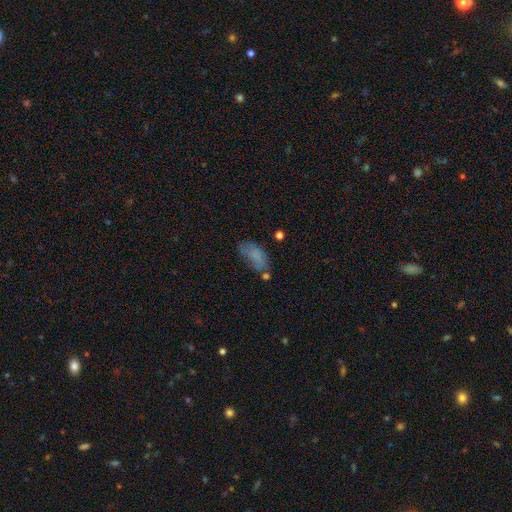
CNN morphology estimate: Smooth or featured?
  - smooth: 66% *
  - featured or disk: 23%
  - star or artifact: 11%
How rounded?
  - in between: 90% *
  - cigar-shaped: 6%
  - round: 4%
Merging?
  - none: 43% *
  - minor disturbance: 29%
  - major disturbance: 18%
  - merger: 10%